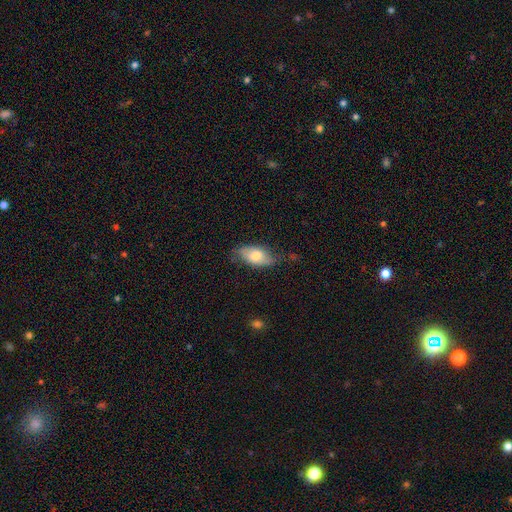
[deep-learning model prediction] Smooth or featured? Predicted: smooth (p=0.70). How rounded? Predicted: in between (p=0.90). Merging? Predicted: none (p=0.63).